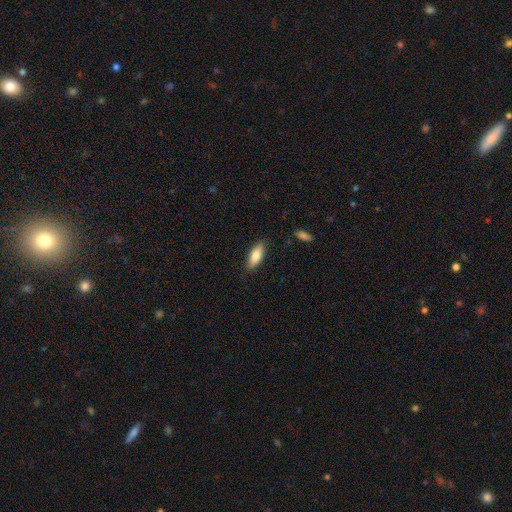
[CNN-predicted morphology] A smooth galaxy with no disk features (78%) that is in between round and cigar-shaped (69%).

Vote fractions:
- Smooth or featured? smooth: 78% / featured or disk: 16% / star or artifact: 6%
- How rounded? in between: 69% / cigar-shaped: 29% / round: 2%
- Merging? none: 85% / minor disturbance: 11% / major disturbance: 2% / merger: 1%